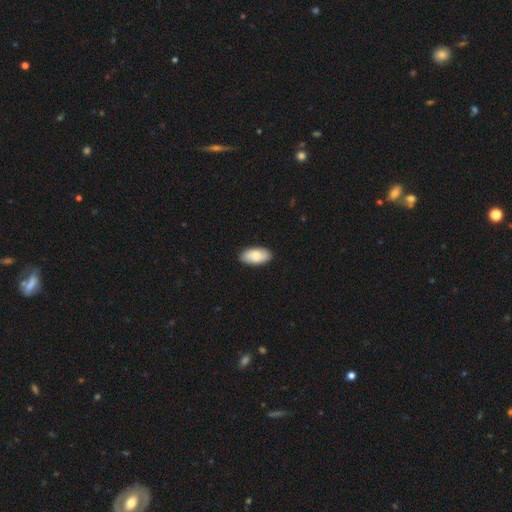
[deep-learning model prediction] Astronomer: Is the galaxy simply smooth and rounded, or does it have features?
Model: smooth — 80%.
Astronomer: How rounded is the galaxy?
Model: in between — 95%.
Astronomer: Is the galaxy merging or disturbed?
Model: none — 88%.